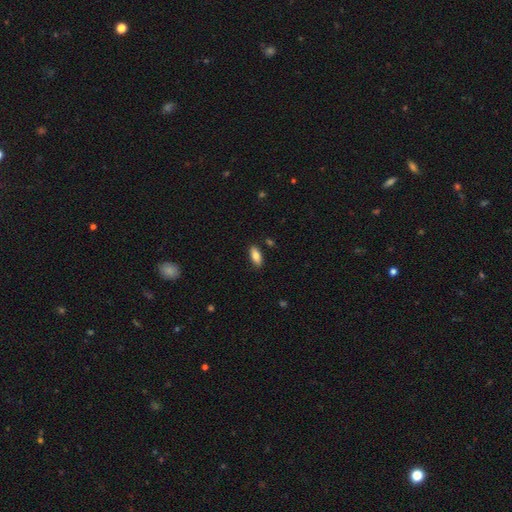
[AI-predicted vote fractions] smooth_or_featured: smooth (p=0.83) [alt: featured or disk p=0.10]
how_rounded: in between (p=0.85) [alt: cigar-shaped p=0.13]
merging: none (p=0.87) [alt: minor disturbance p=0.09]